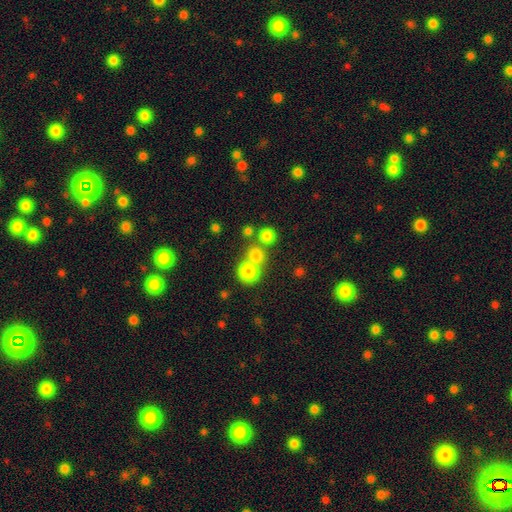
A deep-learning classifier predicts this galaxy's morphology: The model was most divided on "merging": none: 55%, merger: 34%, minor disturbance: 7%, major disturbance: 4%. More confident: how rounded — round (86%); smooth or featured — smooth (76%).